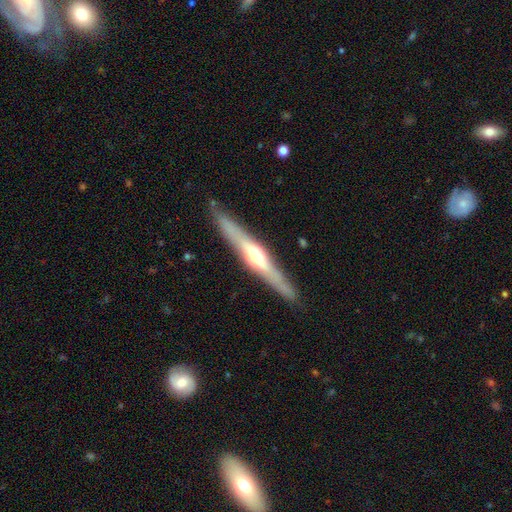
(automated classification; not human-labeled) featured or disk 71%, smooth 24%, star or artifact 5%. Down the decision tree: edge-on disk — yes (96%); edge-on bulge — rounded (84%); merging — none (88%).